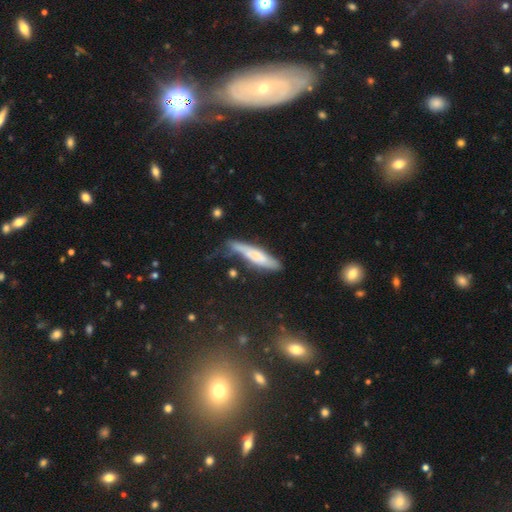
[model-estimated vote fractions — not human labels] Smooth or featured: smooth — 56% (featured or disk — 37%)
How rounded: cigar-shaped — 83% (in between — 16%)
Merging: none — 50% (minor disturbance — 32%)